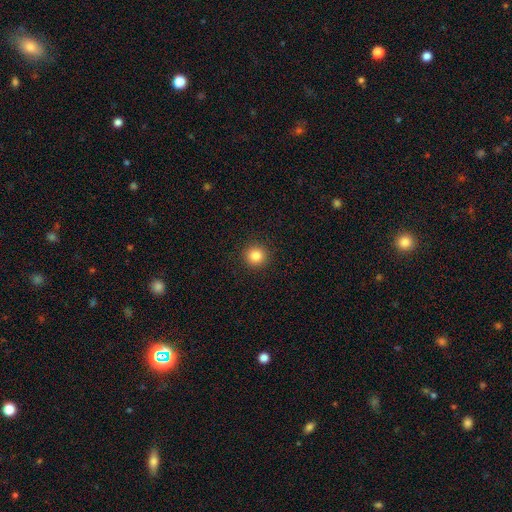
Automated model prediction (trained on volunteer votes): This is clearly a smooth galaxy (84%). How rounded: clearly round (95%). Merging: clearly none (93%).